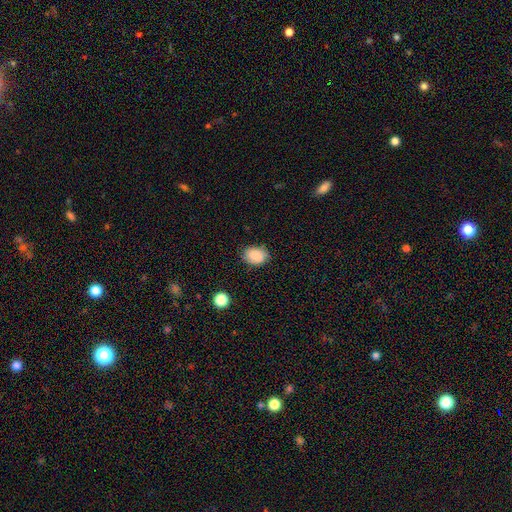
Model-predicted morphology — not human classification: smooth 87%, star or artifact 8%, featured or disk 4%. Down the decision tree: how rounded — in between (67%); merging — none (78%).